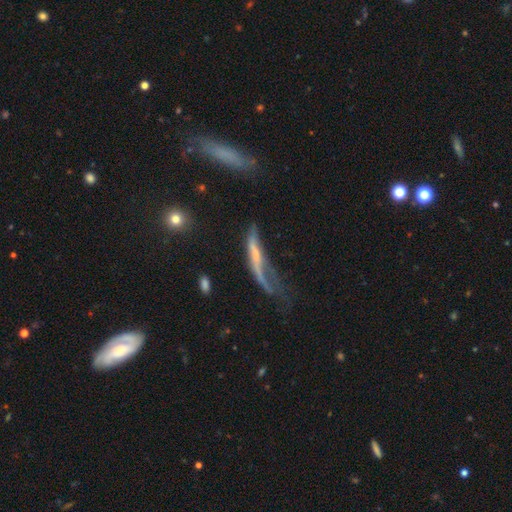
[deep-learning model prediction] This appears to be a featured or disk galaxy (55%) viewed edge-on (61%). Merging: major disturbance (48%).